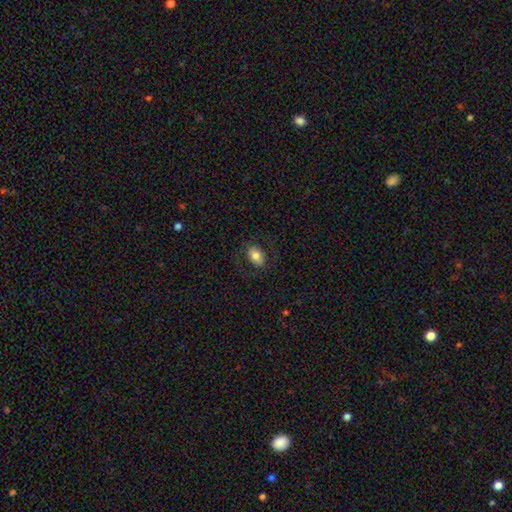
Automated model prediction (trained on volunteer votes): Smooth or featured? Predicted: smooth (p=0.79). How rounded? Predicted: in between (p=0.84). Merging? Predicted: none (p=0.83).